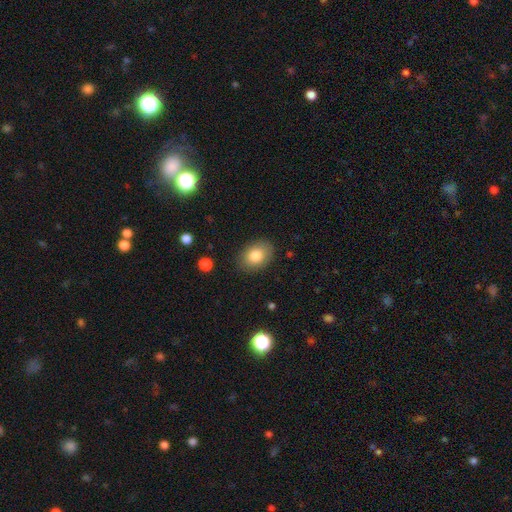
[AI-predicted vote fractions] Smooth or featured? Predicted: smooth (p=0.82). How rounded? Predicted: in between (p=0.74). Merging? Predicted: none (p=0.85).